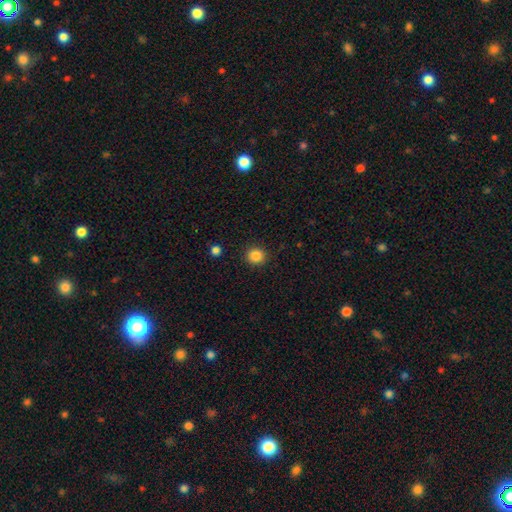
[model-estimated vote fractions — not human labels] A smooth galaxy with no disk features (86%) that is round (89%).

Vote fractions:
- Smooth or featured? smooth: 86% / star or artifact: 11% / featured or disk: 4%
- How rounded? round: 89% / in between: 10% / cigar-shaped: 1%
- Merging? none: 91% / minor disturbance: 6% / major disturbance: 2% / merger: 1%